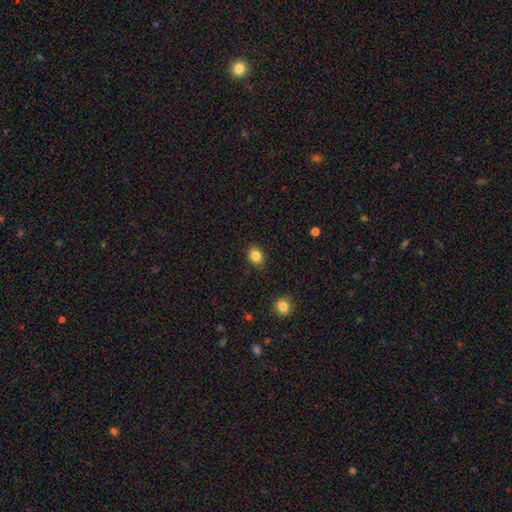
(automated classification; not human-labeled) Smooth or featured? Predicted: smooth (p=0.85). How rounded? Predicted: in between (p=0.54). Merging? Predicted: none (p=0.85).